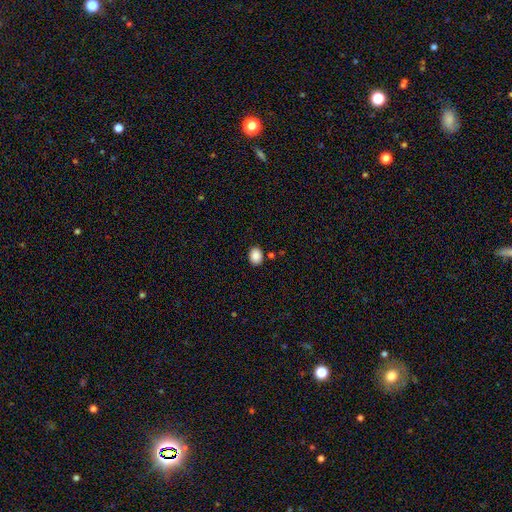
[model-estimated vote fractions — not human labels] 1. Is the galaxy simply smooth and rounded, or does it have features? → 88% smooth, 8% star or artifact, 3% featured or disk.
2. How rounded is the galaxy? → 59% in between, 40% round, 1% cigar-shaped.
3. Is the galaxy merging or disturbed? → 85% none, 9% minor disturbance, 3% merger, 2% major disturbance.